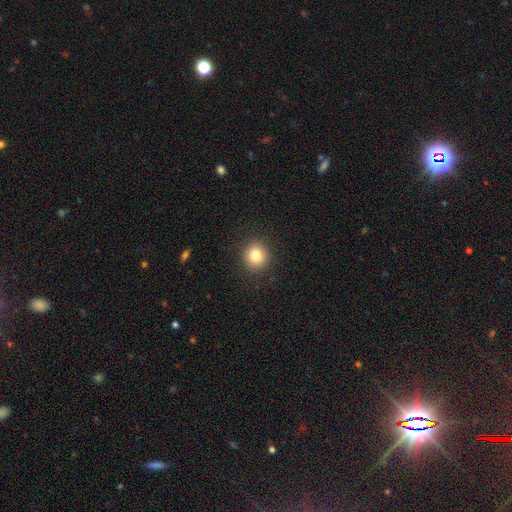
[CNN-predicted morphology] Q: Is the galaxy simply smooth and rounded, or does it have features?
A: smooth — 82%.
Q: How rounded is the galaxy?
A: round — 90%.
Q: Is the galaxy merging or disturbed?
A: none — 91%.